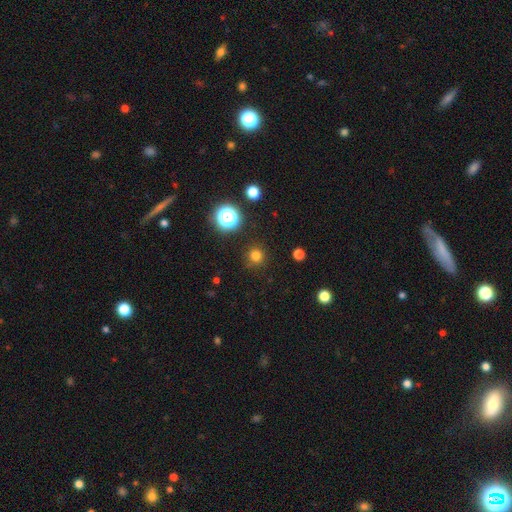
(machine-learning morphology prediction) Overall: smooth (77%). How rounded: round (95%). Merging: none (90%).